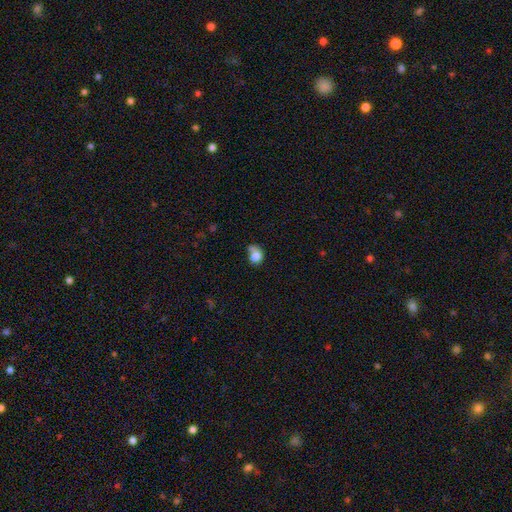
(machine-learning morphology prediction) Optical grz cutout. It shows a smooth galaxy with no disk features (77%) that is in between round and cigar-shaped (52%). Merging: merger (36%).